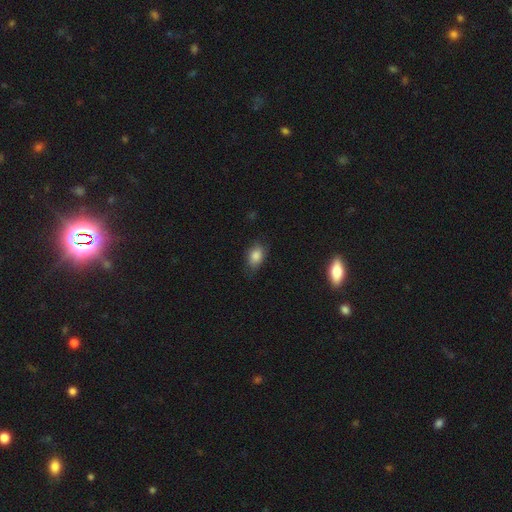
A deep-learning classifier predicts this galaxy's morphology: This appears to be a smooth galaxy with no disk features (83%) that is in between round and cigar-shaped (81%). Merging: none (71%).